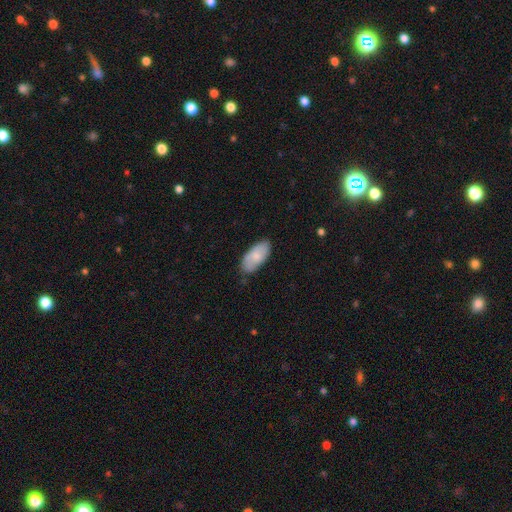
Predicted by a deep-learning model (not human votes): Smooth or featured?
  - smooth: 76% *
  - featured or disk: 18%
  - star or artifact: 6%
How rounded?
  - in between: 93% *
  - cigar-shaped: 5%
  - round: 2%
Merging?
  - none: 76% *
  - minor disturbance: 19%
  - major disturbance: 3%
  - merger: 2%